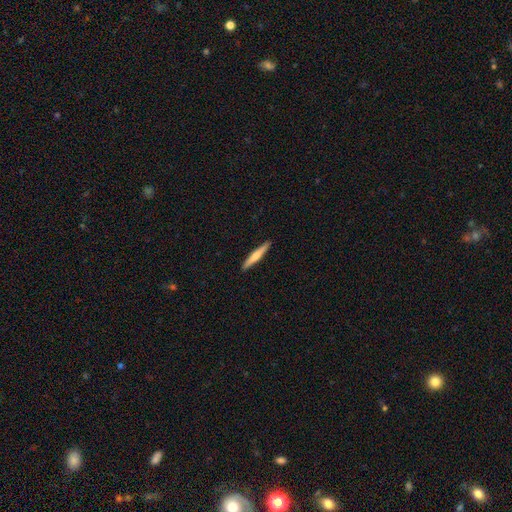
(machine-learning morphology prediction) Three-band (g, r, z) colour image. It shows a smooth galaxy with no disk features (53%) that is cigar-shaped (94%). Merging: none (91%).